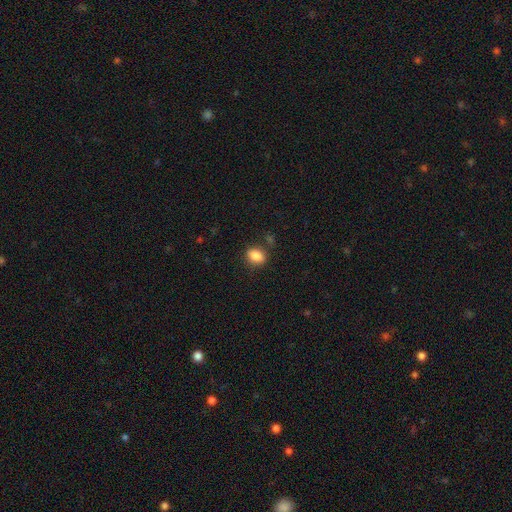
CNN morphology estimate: Smooth or featured?
  - smooth: 86% *
  - star or artifact: 9%
  - featured or disk: 5%
How rounded?
  - in between: 68% *
  - round: 30%
  - cigar-shaped: 1%
Merging?
  - none: 79% *
  - minor disturbance: 13%
  - major disturbance: 4%
  - merger: 4%